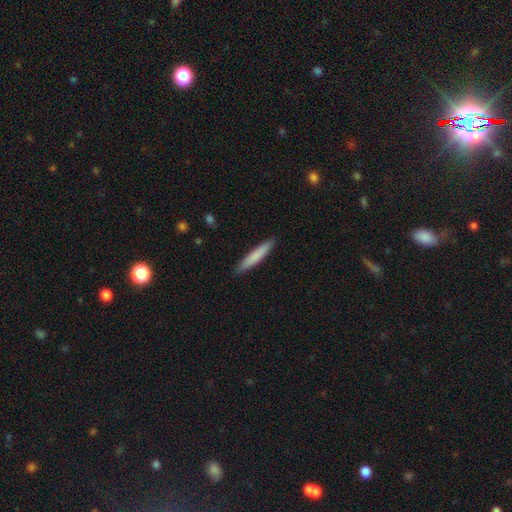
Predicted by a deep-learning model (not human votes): Q: Smooth or featured?
A: smooth (78%); runner-up: featured or disk (17%)
Q: How rounded?
A: cigar-shaped (93%); runner-up: in between (6%)
Q: Merging?
A: none (91%); runner-up: minor disturbance (7%)